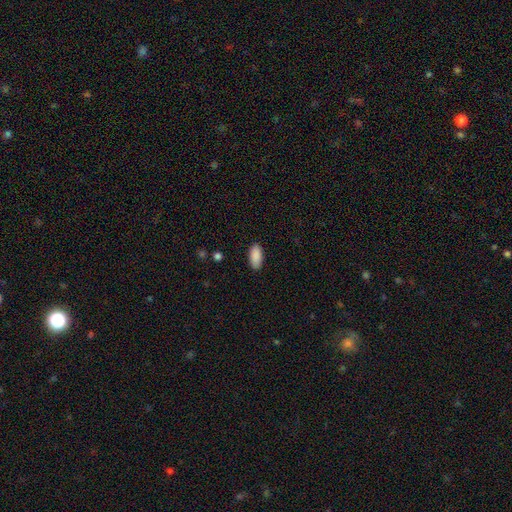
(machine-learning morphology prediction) This appears to be a smooth galaxy with no disk features (90%) that is in between round and cigar-shaped (90%). Merging: none (88%).